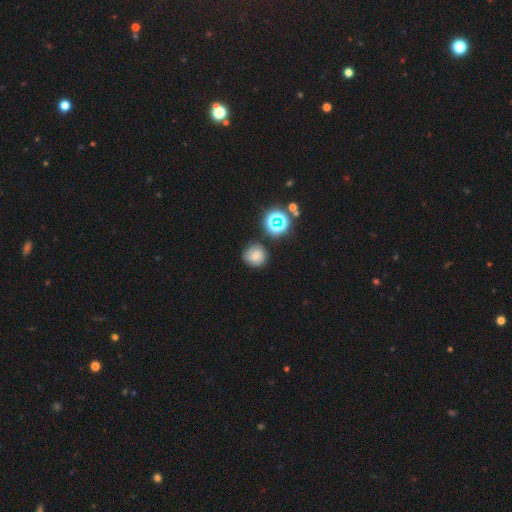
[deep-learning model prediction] smooth-or-featured: smooth: 63% | featured or disk: 20% | star or artifact: 17%
  how-rounded: round: 90% | in between: 9% | cigar-shaped: 1%
  merging: none: 80% | minor disturbance: 12% | merger: 4% | major disturbance: 4%